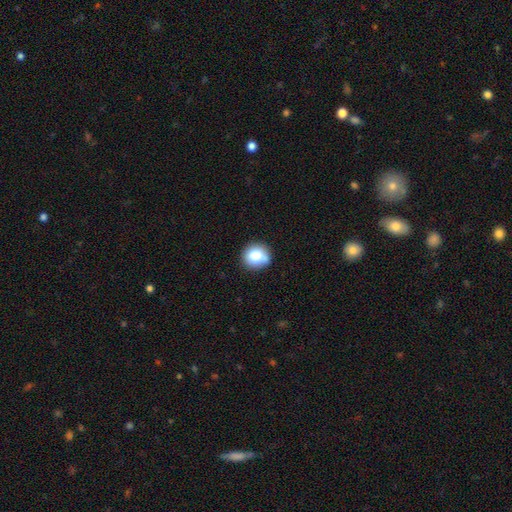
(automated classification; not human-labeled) Smooth or featured: smooth — 81% (star or artifact — 10%)
How rounded: round — 86% (in between — 13%)
Merging: none — 73% (minor disturbance — 18%)